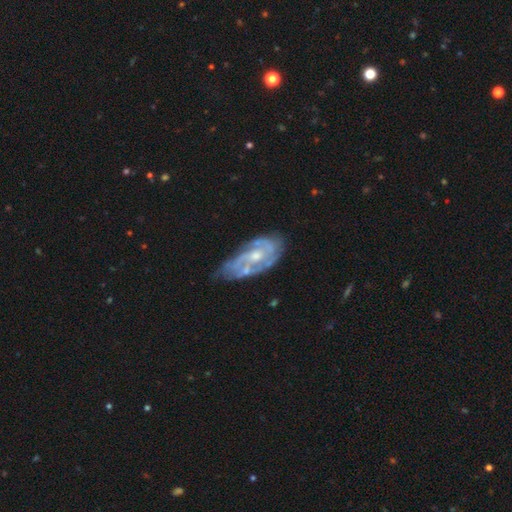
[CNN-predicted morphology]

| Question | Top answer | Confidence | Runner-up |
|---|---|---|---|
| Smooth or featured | featured or disk | 83% | smooth (11%) |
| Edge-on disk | no | 94% | yes (6%) |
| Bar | no | 62% | weak (31%) |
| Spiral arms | yes | 89% | no (11%) |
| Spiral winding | tight | 50% | medium (39%) |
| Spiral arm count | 2 | 40% | can't tell (29%) |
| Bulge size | moderate | 55% | small (38%) |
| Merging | none | 57% | minor disturbance (27%) |